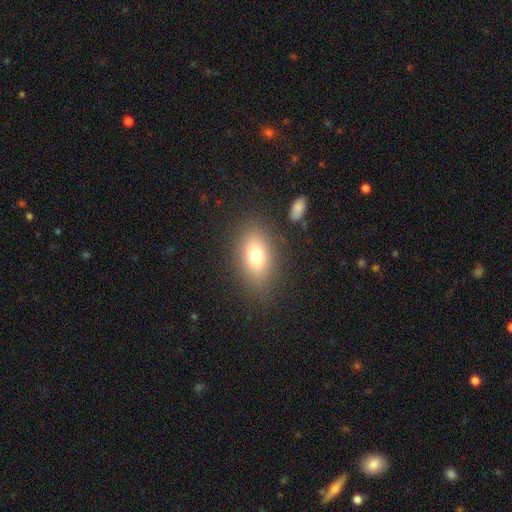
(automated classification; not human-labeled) A smooth galaxy with no disk features (74%) that is in between round and cigar-shaped (83%). Merging: none (82%).